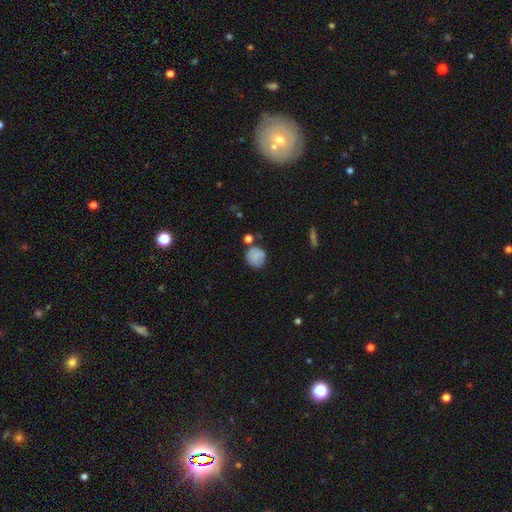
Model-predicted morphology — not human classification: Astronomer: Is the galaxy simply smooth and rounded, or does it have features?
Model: smooth — 80%.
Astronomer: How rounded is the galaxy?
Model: round — 85%.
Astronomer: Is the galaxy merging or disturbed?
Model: none — 67%.